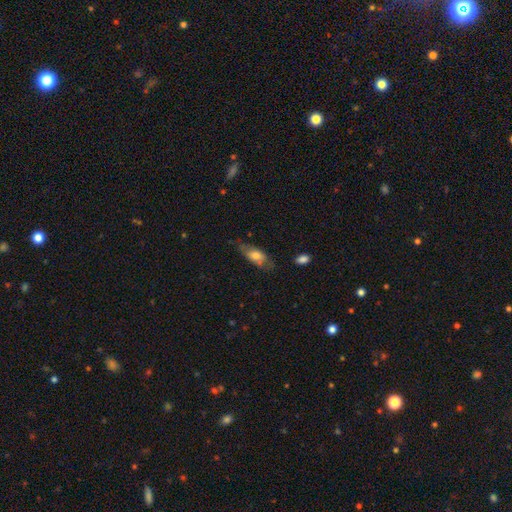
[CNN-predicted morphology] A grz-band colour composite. It shows a smooth galaxy with no disk features (62%) that is in between round and cigar-shaped (76%). Merging: none (62%).